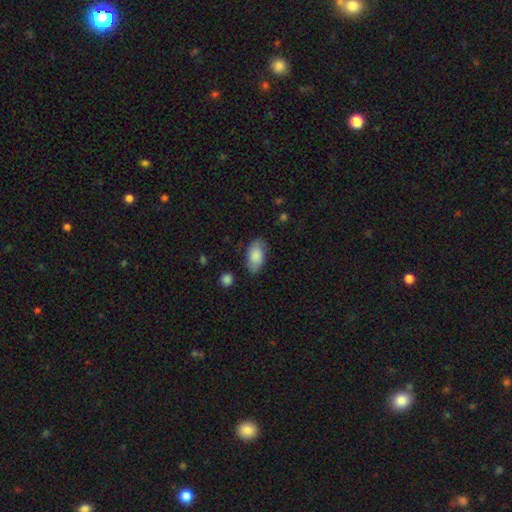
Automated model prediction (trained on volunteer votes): smooth-or-featured: smooth: 80% | featured or disk: 13% | star or artifact: 7%
  how-rounded: in between: 93% | round: 4% | cigar-shaped: 3%
  merging: none: 77% | minor disturbance: 17% | major disturbance: 4% | merger: 2%